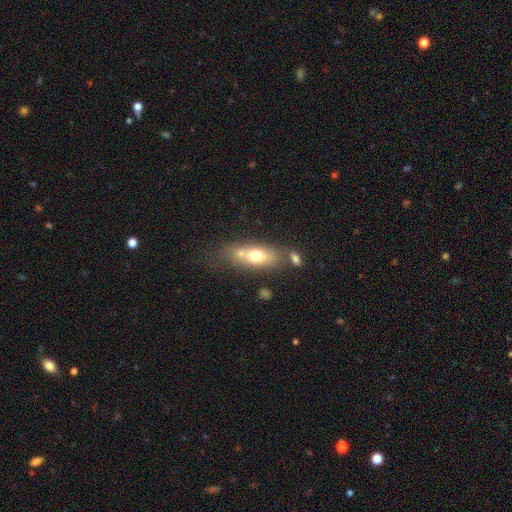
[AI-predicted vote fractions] Overall: smooth (66%). How rounded: in between (70%). Merging: none (47%; merger 31%).